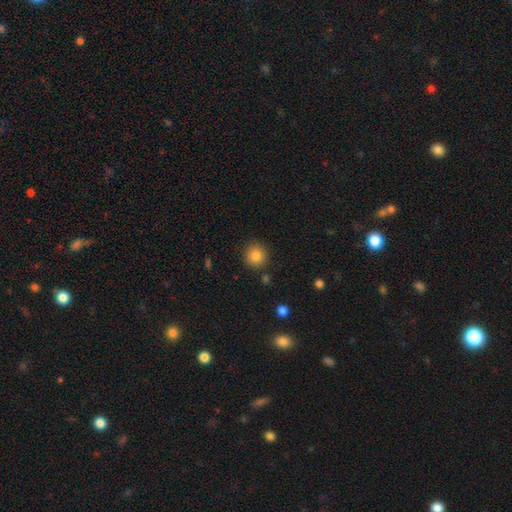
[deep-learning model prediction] A smooth galaxy with no disk features (85%) that is round (92%).

Vote fractions:
- Smooth or featured? smooth: 85% / star or artifact: 10% / featured or disk: 5%
- How rounded? round: 92% / in between: 8% / cigar-shaped: 1%
- Merging? none: 88% / minor disturbance: 7% / merger: 3% / major disturbance: 2%